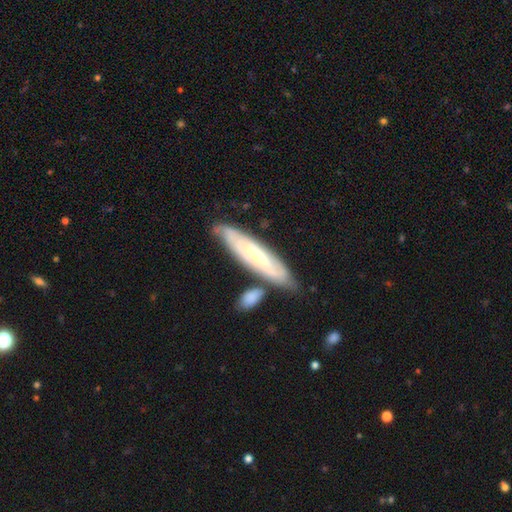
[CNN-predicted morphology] The model was most divided on "edge-on disk": no: 61%, yes: 39%. More confident: merging — none (69%); smooth or featured — featured or disk (59%).